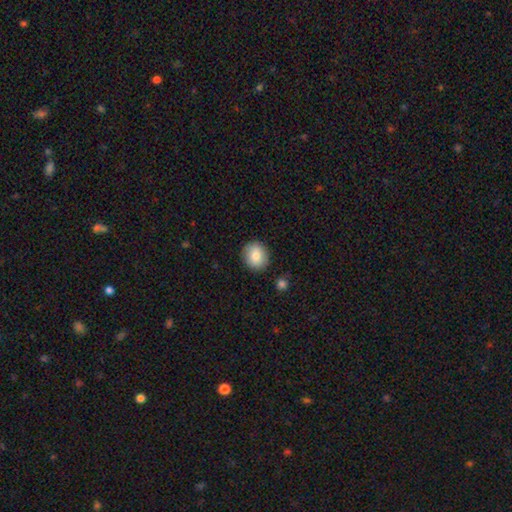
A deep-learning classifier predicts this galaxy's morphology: smooth_or_featured: smooth (p=0.83) [alt: featured or disk p=0.09]
how_rounded: round (p=0.79) [alt: in between p=0.20]
merging: none (p=0.88) [alt: minor disturbance p=0.08]